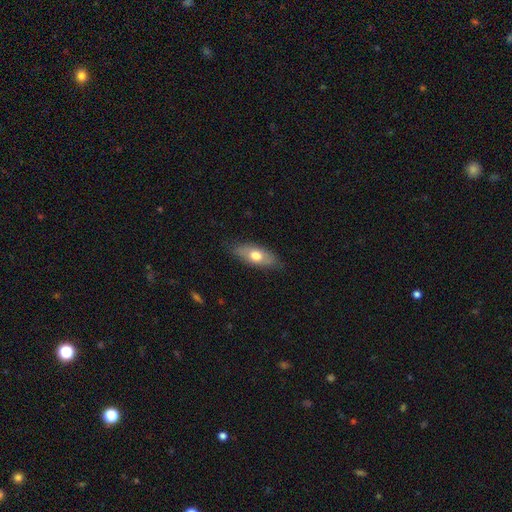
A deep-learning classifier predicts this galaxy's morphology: This is likely a smooth galaxy (63%). How rounded: clearly in between (80%). Merging: likely none (80%).